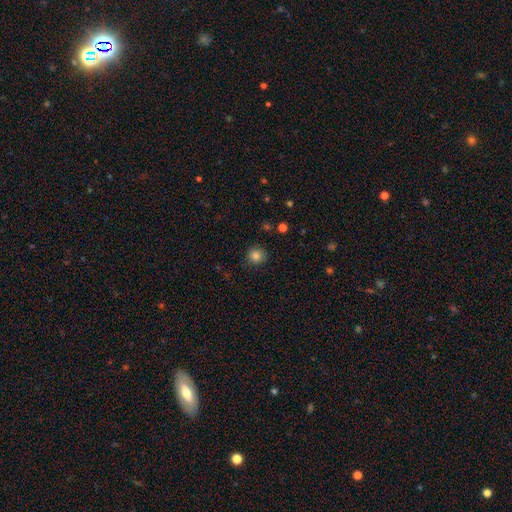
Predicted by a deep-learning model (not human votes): Smooth or featured? smooth (84%)
How rounded? round (90%)
Merging? none (86%)